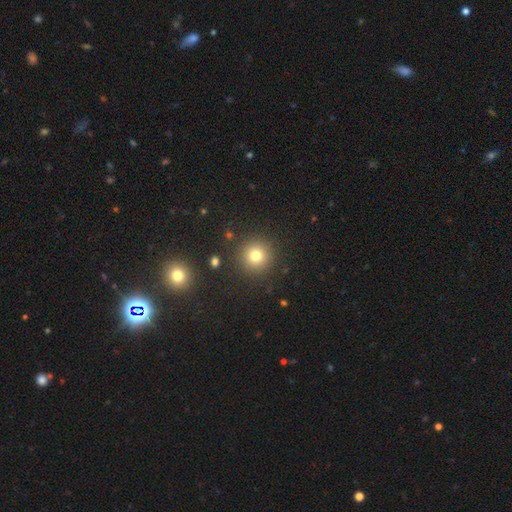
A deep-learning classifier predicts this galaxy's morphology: A smooth galaxy with no disk features (78%) that is round (95%). Merging: none (90%).